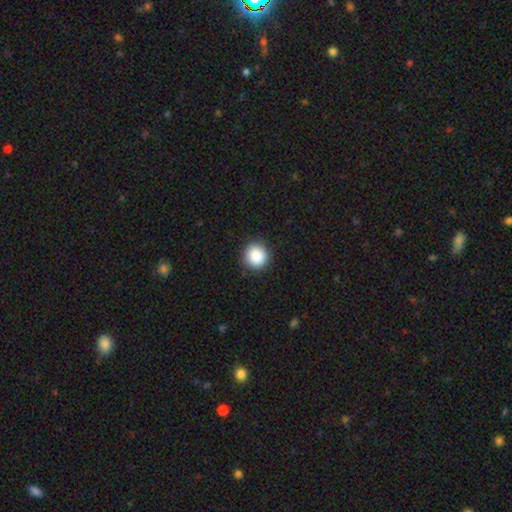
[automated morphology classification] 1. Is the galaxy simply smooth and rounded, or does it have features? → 87% smooth, 9% star or artifact, 4% featured or disk.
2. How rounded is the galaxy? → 93% round, 7% in between, 1% cigar-shaped.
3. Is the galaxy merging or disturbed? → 90% none, 7% minor disturbance, 2% major disturbance, 1% merger.